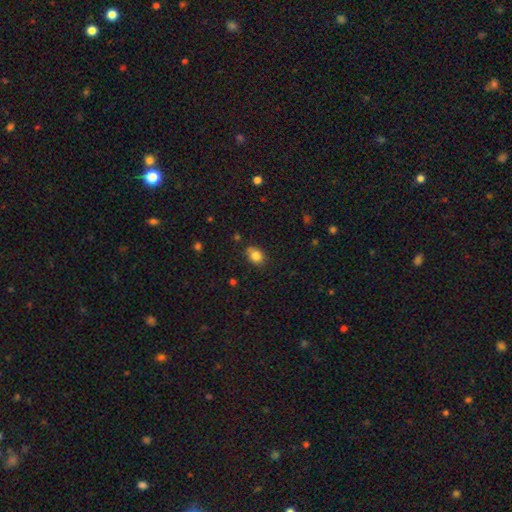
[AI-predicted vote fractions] smooth-or-featured: smooth: 84% | star or artifact: 10% | featured or disk: 7%
  how-rounded: in between: 58% | round: 41% | cigar-shaped: 1%
  merging: none: 70% | minor disturbance: 23% | major disturbance: 4% | merger: 3%